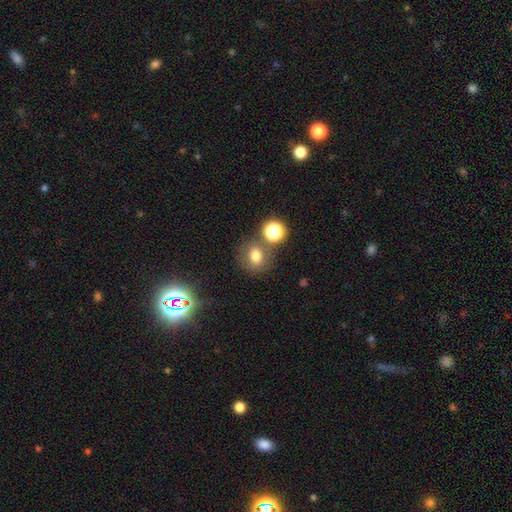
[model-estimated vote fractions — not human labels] smooth_or_featured: smooth (p=0.73) [alt: star or artifact p=0.16]
how_rounded: round (p=0.70) [alt: in between p=0.29]
merging: none (p=0.68) [alt: merger p=0.15]